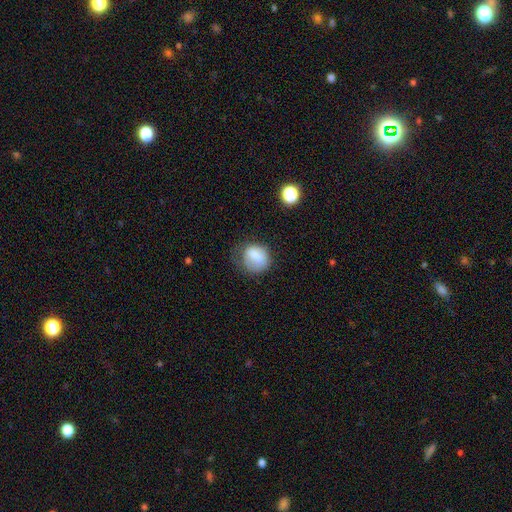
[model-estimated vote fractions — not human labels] Smooth or featured? Predicted: smooth (p=0.73). How rounded? Predicted: round (p=0.67). Merging? Predicted: none (p=0.49).